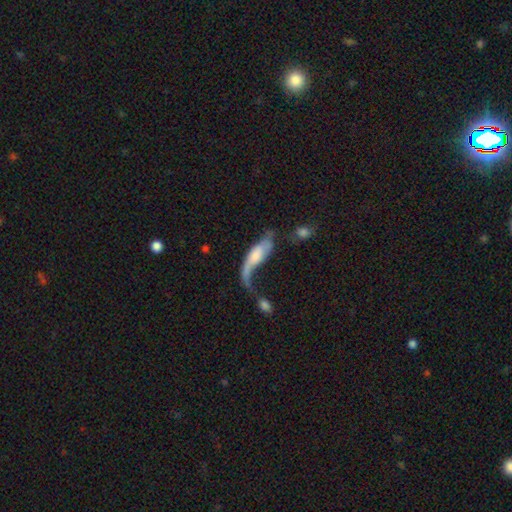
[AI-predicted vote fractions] Smooth or featured?
  - featured or disk: 49% *
  - smooth: 44%
  - star or artifact: 7%
Merging?
  - major disturbance: 41% *
  - merger: 24%
  - none: 20%
  - minor disturbance: 16%